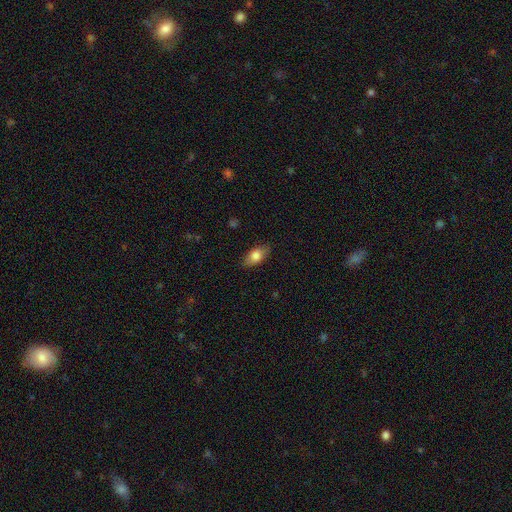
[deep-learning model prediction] The model was most divided on "smooth or featured": smooth: 78%, featured or disk: 15%, star or artifact: 7%. More confident: how rounded — in between (89%); merging — none (84%).